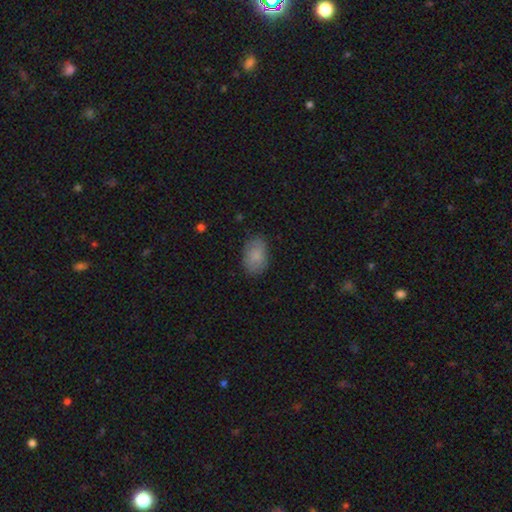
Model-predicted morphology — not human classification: Smooth or featured?
  - smooth: 84% *
  - featured or disk: 8%
  - star or artifact: 7%
How rounded?
  - in between: 90% *
  - round: 9%
  - cigar-shaped: 1%
Merging?
  - none: 83% *
  - minor disturbance: 13%
  - major disturbance: 3%
  - merger: 1%